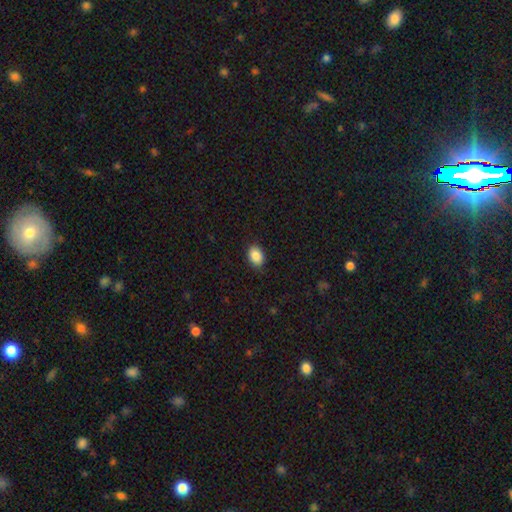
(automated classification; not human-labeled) Smooth or featured? smooth (87%)
How rounded? in between (79%)
Merging? none (87%)